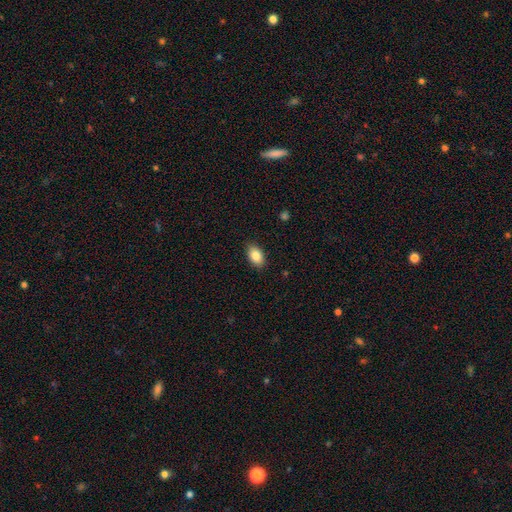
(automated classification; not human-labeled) A smooth galaxy with no disk features (85%) that is in between round and cigar-shaped (90%). Merging: none (87%).